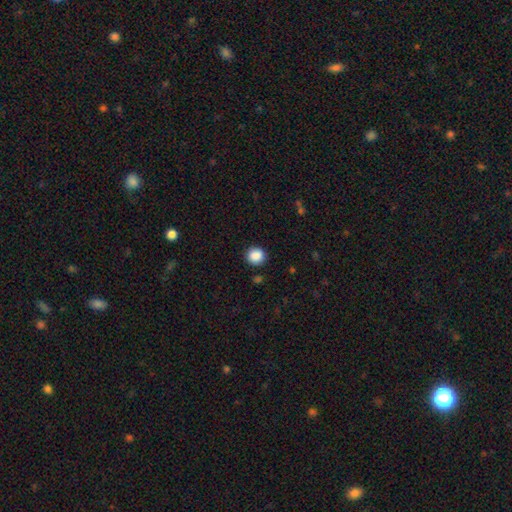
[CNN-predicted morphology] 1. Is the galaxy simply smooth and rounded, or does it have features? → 88% smooth, 9% star or artifact, 3% featured or disk.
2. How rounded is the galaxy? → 90% round, 9% in between, 1% cigar-shaped.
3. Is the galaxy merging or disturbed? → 90% none, 7% minor disturbance, 2% major disturbance, 1% merger.